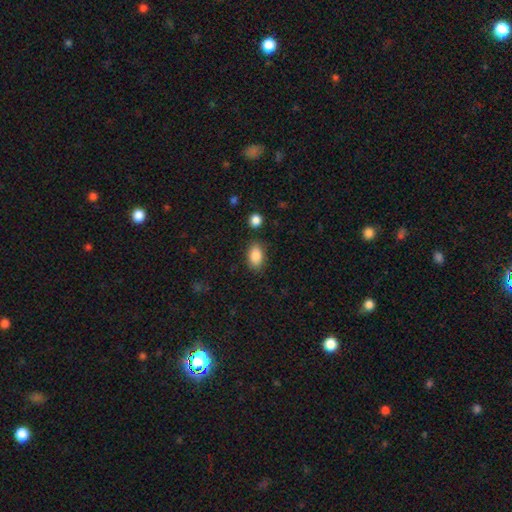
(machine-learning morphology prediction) The model was most divided on "merging": none: 82%, minor disturbance: 12%, major disturbance: 3%, merger: 3%. More confident: how rounded — in between (89%); smooth or featured — smooth (87%).